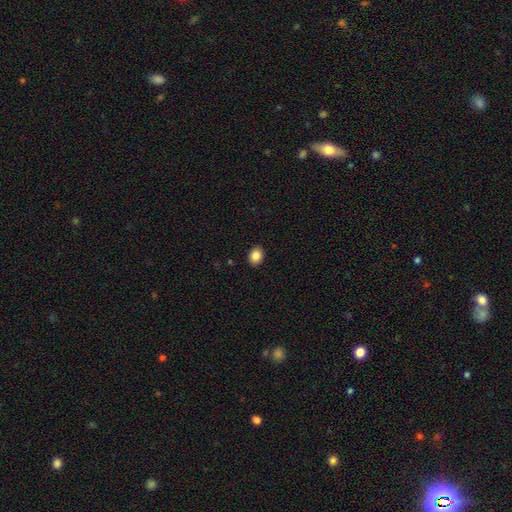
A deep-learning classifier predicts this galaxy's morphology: smooth-or-featured: smooth: 87% | star or artifact: 8% | featured or disk: 5%
  how-rounded: in between: 65% | round: 35% | cigar-shaped: 1%
  merging: none: 90% | minor disturbance: 7% | major disturbance: 2% | merger: 1%